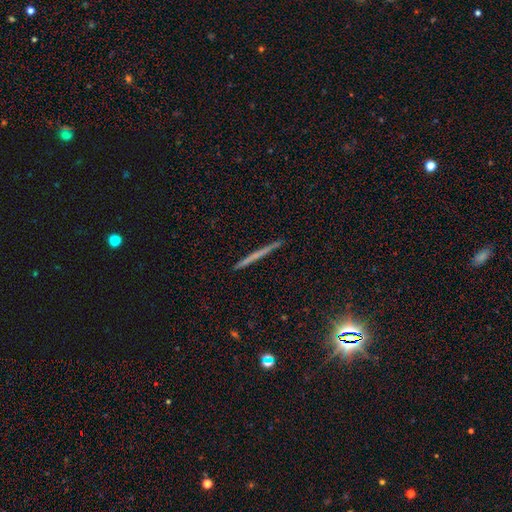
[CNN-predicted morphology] Smooth or featured? featured or disk (44%)
Merging? none (92%)